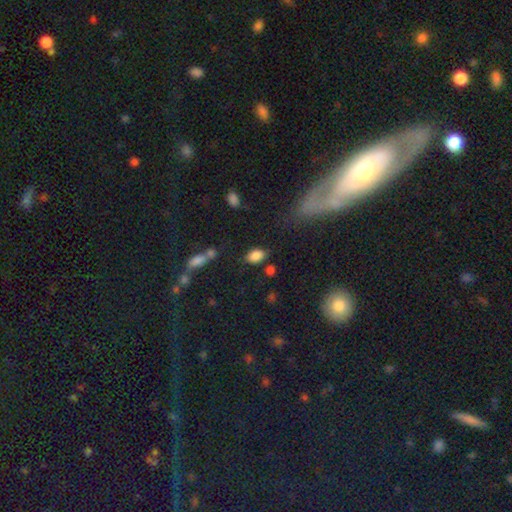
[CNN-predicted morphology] Smooth or featured? smooth (85%)
How rounded? in between (88%)
Merging? none (73%)